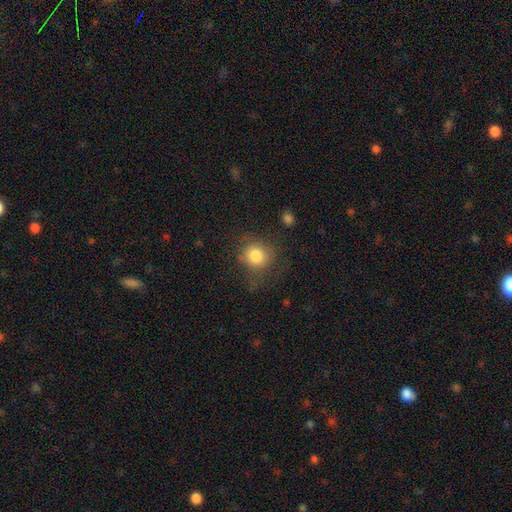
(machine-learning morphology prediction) This is clearly a smooth galaxy (81%). How rounded: clearly round (85%). Merging: likely none (71%).